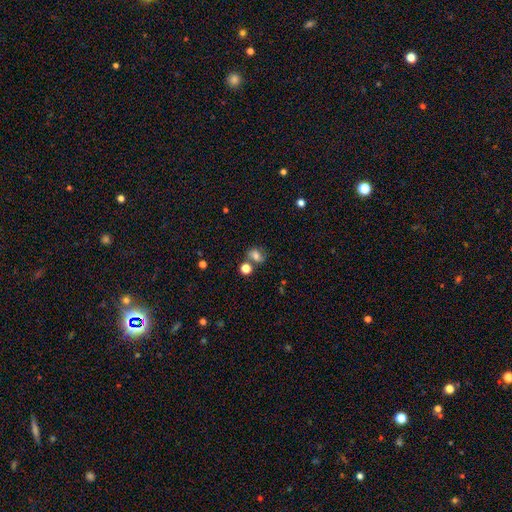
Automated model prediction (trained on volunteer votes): Q: Smooth or featured?
A: smooth (66%); runner-up: featured or disk (18%)
Q: How rounded?
A: in between (52%); runner-up: round (46%)
Q: Merging?
A: none (57%); runner-up: merger (20%)